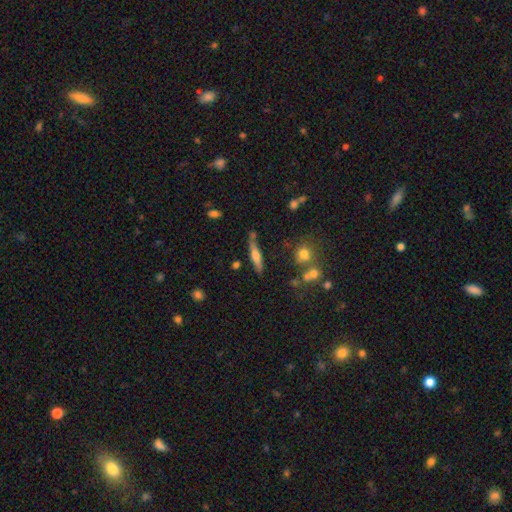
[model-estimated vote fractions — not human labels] Smooth or featured? Predicted: smooth (p=0.49). Merging? Predicted: none (p=0.72).